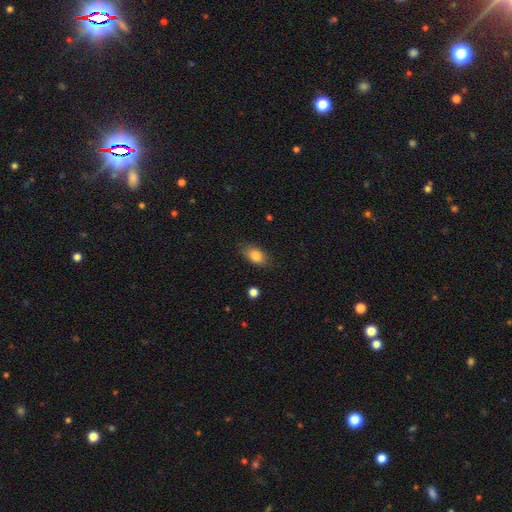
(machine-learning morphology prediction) This appears to be a smooth galaxy with no disk features (82%) that is in between round and cigar-shaped (84%). Merging: none (79%).